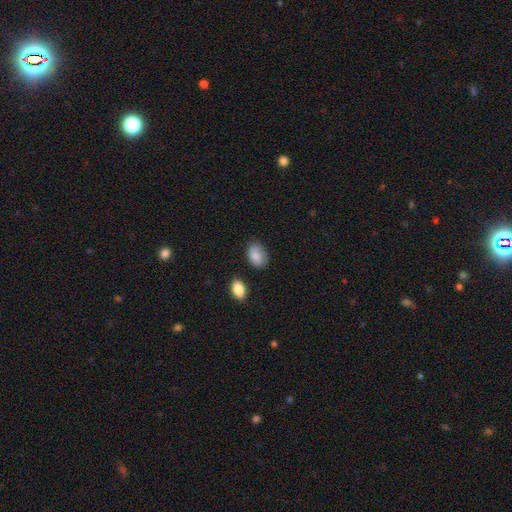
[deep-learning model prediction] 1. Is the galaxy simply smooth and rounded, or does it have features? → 84% smooth, 8% featured or disk, 7% star or artifact.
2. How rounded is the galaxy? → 81% in between, 18% round, 1% cigar-shaped.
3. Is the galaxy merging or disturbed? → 74% none, 19% minor disturbance, 4% major disturbance, 3% merger.